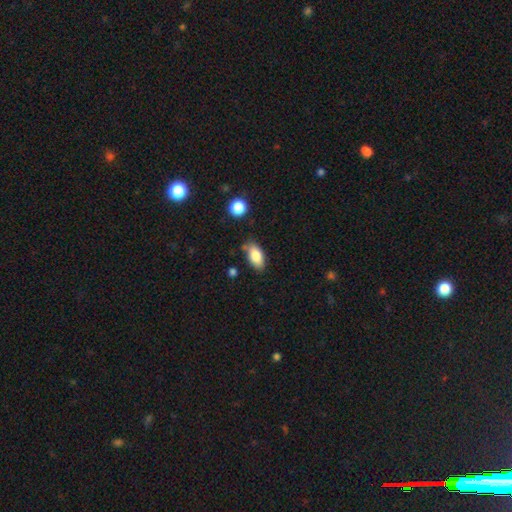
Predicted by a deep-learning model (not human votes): A smooth galaxy with no disk features (83%) that is in between round and cigar-shaped (90%).

Vote fractions:
- Smooth or featured? smooth: 83% / featured or disk: 9% / star or artifact: 7%
- How rounded? in between: 90% / cigar-shaped: 6% / round: 4%
- Merging? none: 76% / minor disturbance: 16% / merger: 5% / major disturbance: 3%